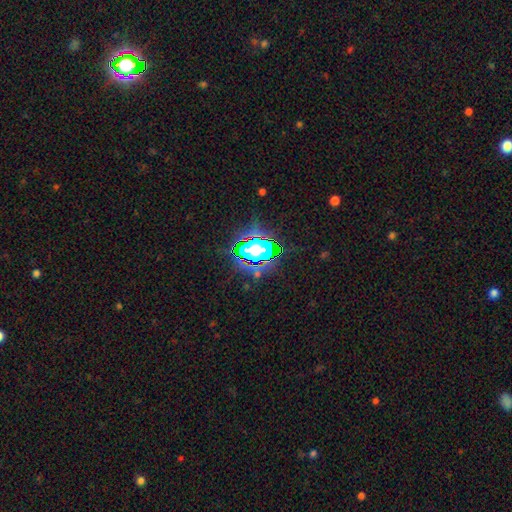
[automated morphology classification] A star or artifact, not a galaxy (62%).